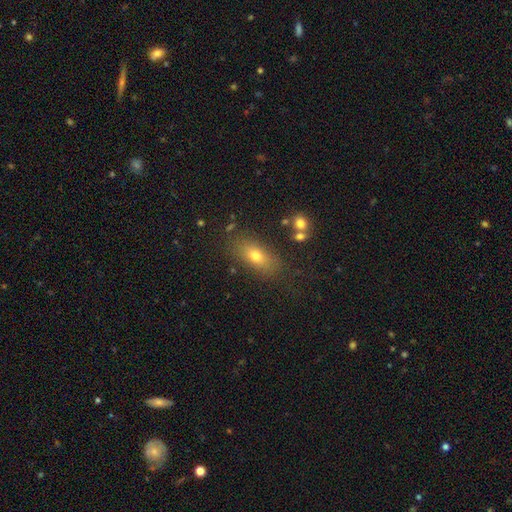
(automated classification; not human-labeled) smooth 73%, featured or disk 15%, star or artifact 12%. Down the decision tree: how rounded — in between (80%); merging — none (78%).